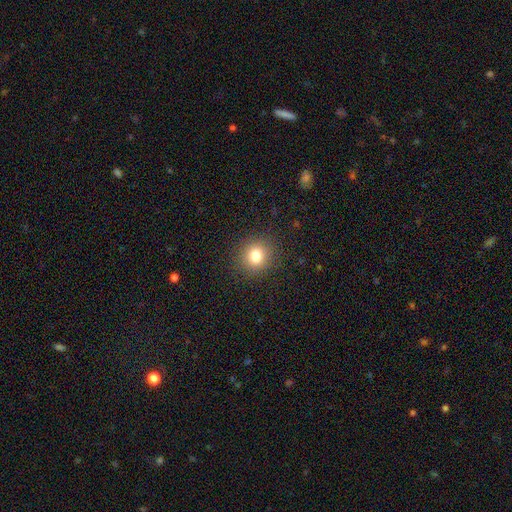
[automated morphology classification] Smooth or featured? Predicted: smooth (p=0.81). How rounded? Predicted: round (p=0.87). Merging? Predicted: none (p=0.90).